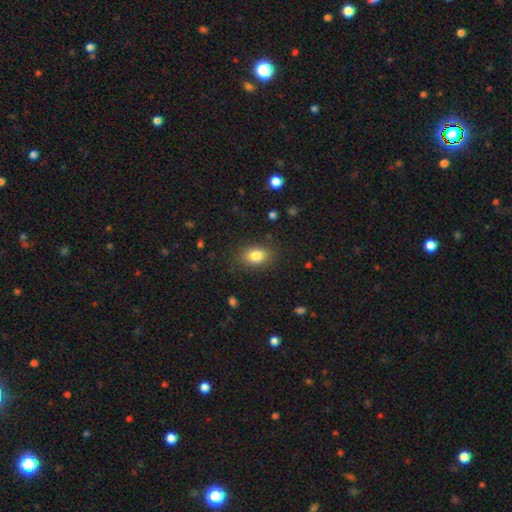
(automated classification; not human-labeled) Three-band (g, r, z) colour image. It shows a smooth galaxy with no disk features (84%) that is in between round and cigar-shaped (78%). Merging: none (85%).